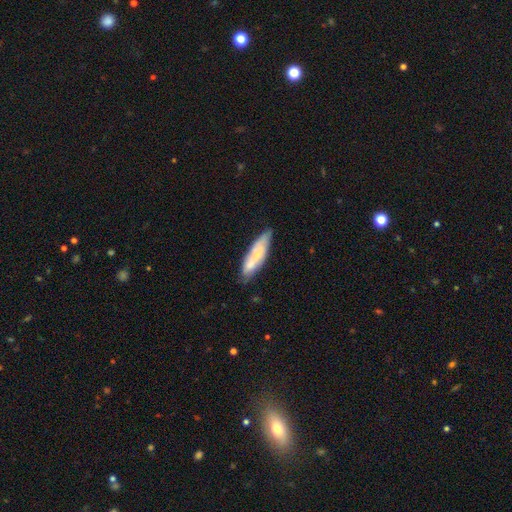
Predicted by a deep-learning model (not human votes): Overall: smooth (57%; featured or disk 36%). How rounded: cigar-shaped (60%; in between 38%). Merging: none (67%).